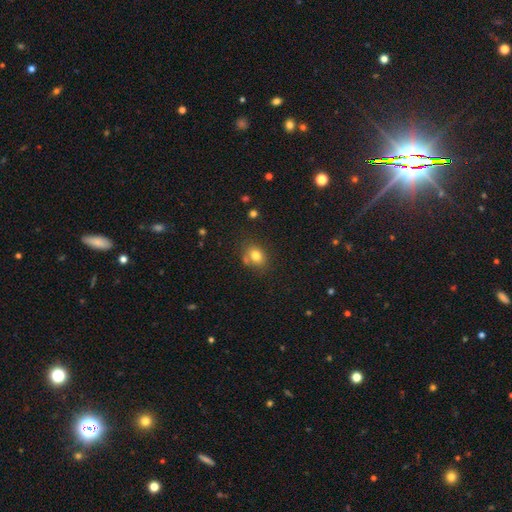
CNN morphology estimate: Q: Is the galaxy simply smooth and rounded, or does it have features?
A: smooth — 79%.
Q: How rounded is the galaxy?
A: in between — 60%.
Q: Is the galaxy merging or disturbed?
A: none — 65%.